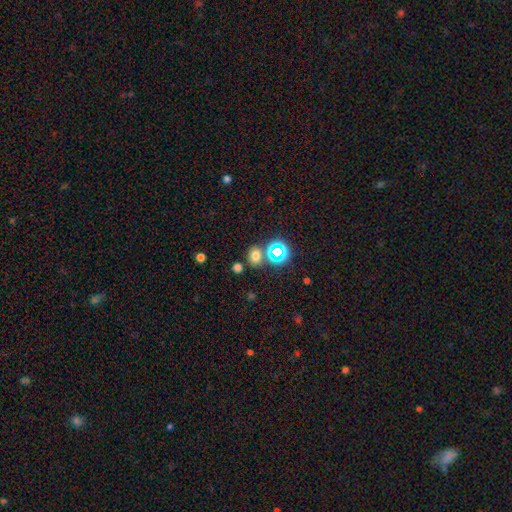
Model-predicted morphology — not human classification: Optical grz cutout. It shows a smooth galaxy with no disk features (66%) that is round (58%). Merging: none (73%).